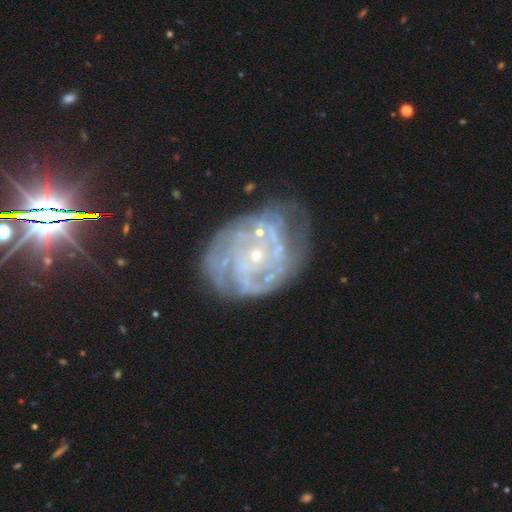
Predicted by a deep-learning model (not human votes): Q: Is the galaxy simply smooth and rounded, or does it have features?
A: featured or disk — 82%.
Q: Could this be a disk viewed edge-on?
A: no — 97%.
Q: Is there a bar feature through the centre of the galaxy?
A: no — 77%.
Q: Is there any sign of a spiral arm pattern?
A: yes — 86%.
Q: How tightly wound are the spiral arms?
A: tight — 66%.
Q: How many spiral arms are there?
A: can't tell — 43%.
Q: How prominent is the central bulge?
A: small — 82%.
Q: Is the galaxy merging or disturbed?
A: none — 58%.